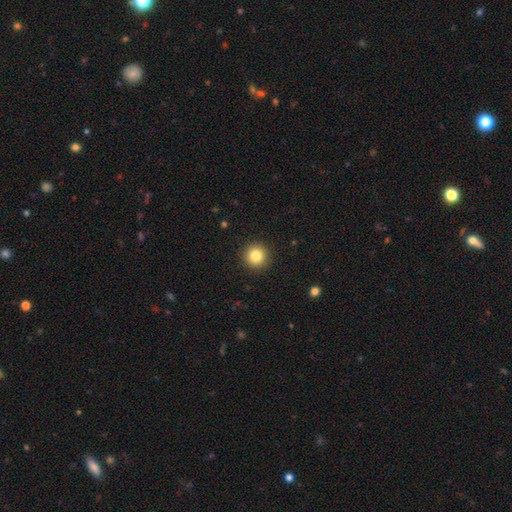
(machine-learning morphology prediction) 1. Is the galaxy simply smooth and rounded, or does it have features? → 83% smooth, 11% star or artifact, 7% featured or disk.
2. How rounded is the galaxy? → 96% round, 3% in between, 1% cigar-shaped.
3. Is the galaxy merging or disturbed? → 93% none, 5% minor disturbance, 2% major disturbance, 1% merger.